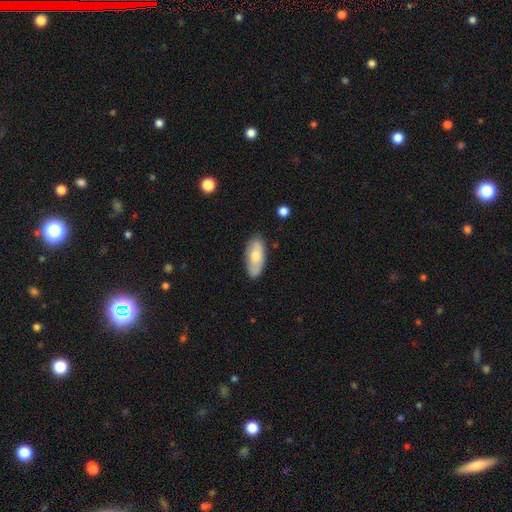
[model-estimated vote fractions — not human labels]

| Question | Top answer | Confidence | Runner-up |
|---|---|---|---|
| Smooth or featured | smooth | 65% | featured or disk (30%) |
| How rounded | in between | 86% | cigar-shaped (12%) |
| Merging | none | 82% | minor disturbance (14%) |